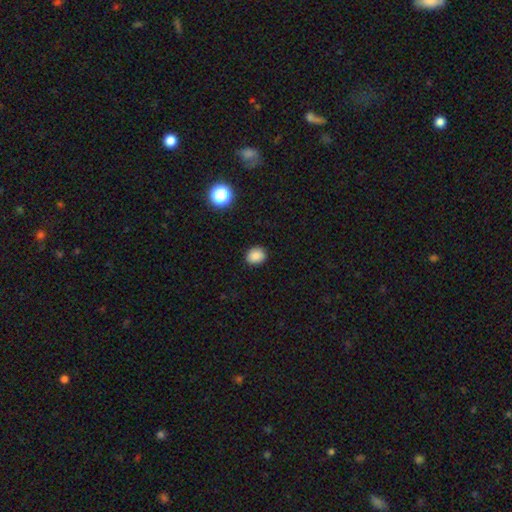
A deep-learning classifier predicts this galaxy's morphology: smooth 85%, star or artifact 11%, featured or disk 4%. Down the decision tree: how rounded — round (63%); merging — none (89%).